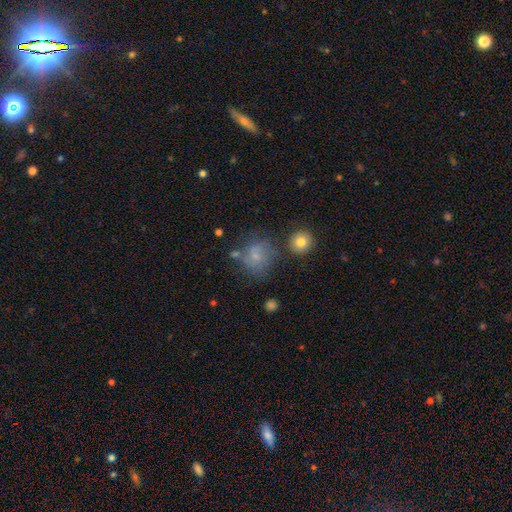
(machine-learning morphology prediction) Smooth or featured: smooth — 63% (featured or disk — 24%)
How rounded: round — 77% (in between — 22%)
Merging: none — 54% (minor disturbance — 22%)